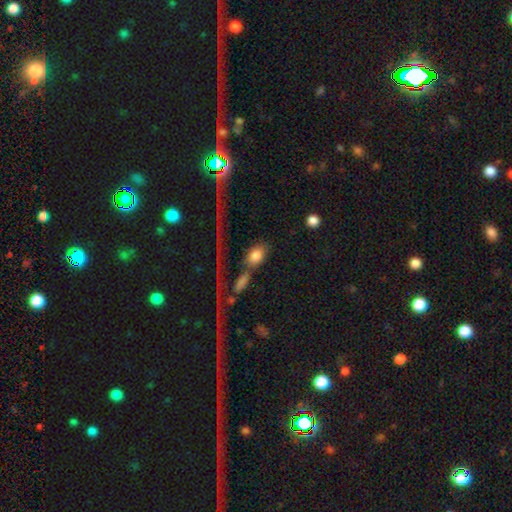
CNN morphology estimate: smooth 78%, featured or disk 11%, star or artifact 11%. Down the decision tree: how rounded — in between (79%); merging — none (63%).